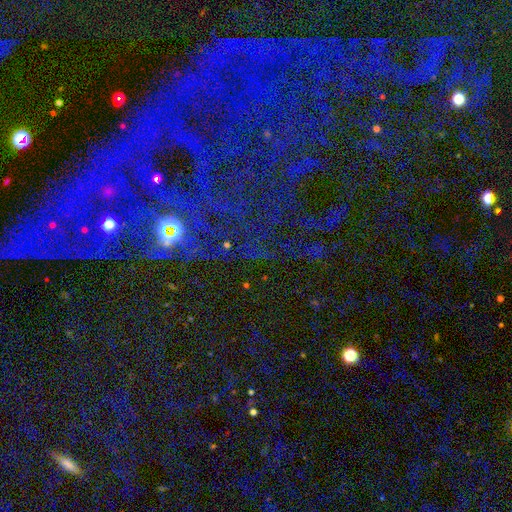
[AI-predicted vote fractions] Smooth or featured?
  - star or artifact: 80% *
  - featured or disk: 10%
  - smooth: 10%